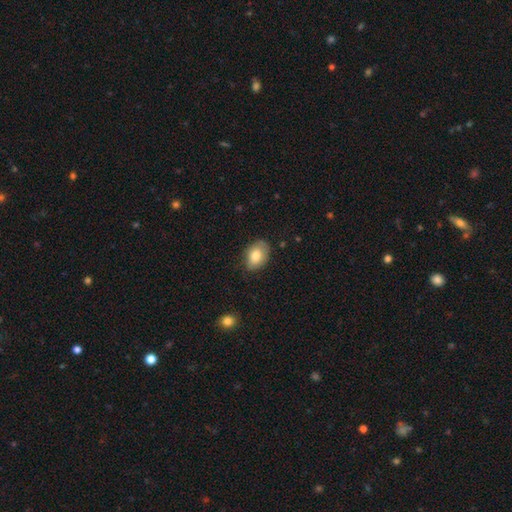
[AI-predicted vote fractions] Overall: smooth (79%). How rounded: in between (80%). Merging: none (72%).